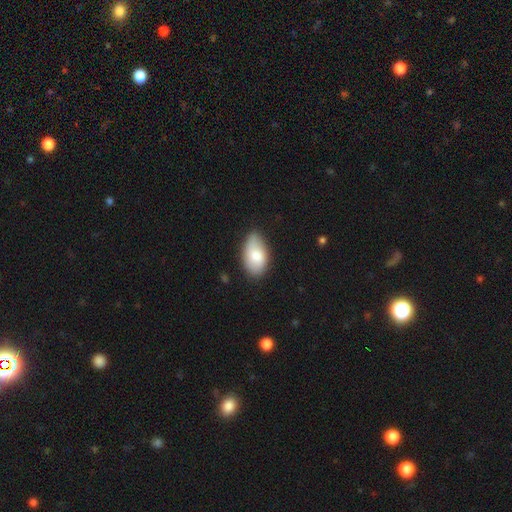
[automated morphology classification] Smooth or featured?
  - smooth: 78% *
  - featured or disk: 16%
  - star or artifact: 6%
How rounded?
  - in between: 94% *
  - round: 4%
  - cigar-shaped: 2%
Merging?
  - none: 72% *
  - minor disturbance: 23%
  - major disturbance: 4%
  - merger: 2%